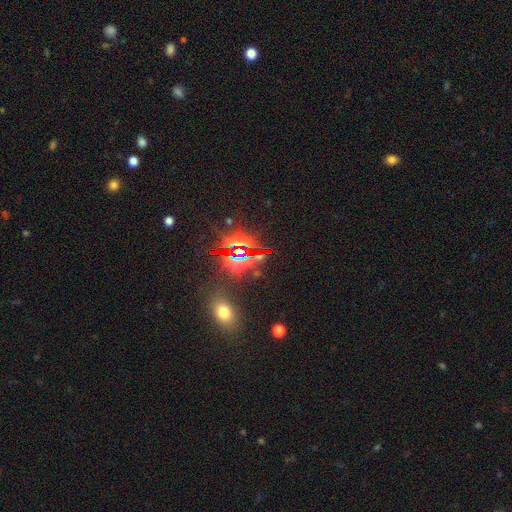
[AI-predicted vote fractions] Overall: star or artifact (80%).